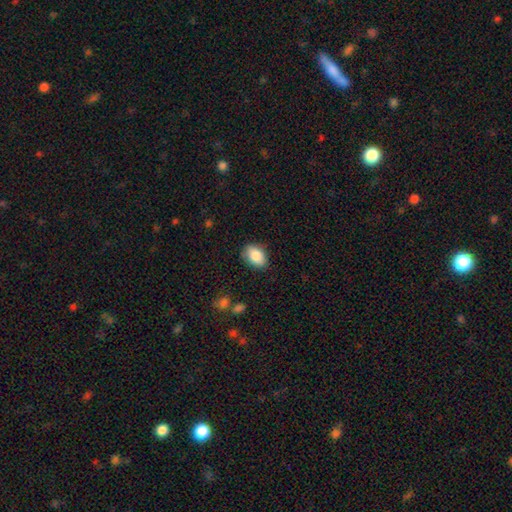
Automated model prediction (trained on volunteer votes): A smooth galaxy with no disk features (86%) that is in between round and cigar-shaped (85%).

Vote fractions:
- Smooth or featured? smooth: 86% / star or artifact: 7% / featured or disk: 7%
- How rounded? in between: 85% / round: 14% / cigar-shaped: 1%
- Merging? none: 82% / minor disturbance: 14% / major disturbance: 3% / merger: 1%